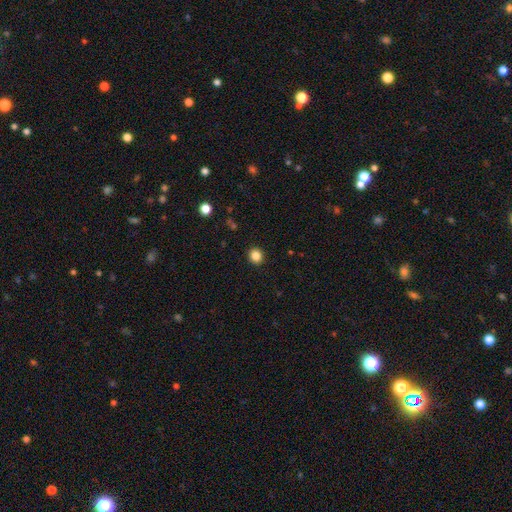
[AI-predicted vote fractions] smooth 85%, star or artifact 11%, featured or disk 4%. Down the decision tree: how rounded — round (81%); merging — none (92%).